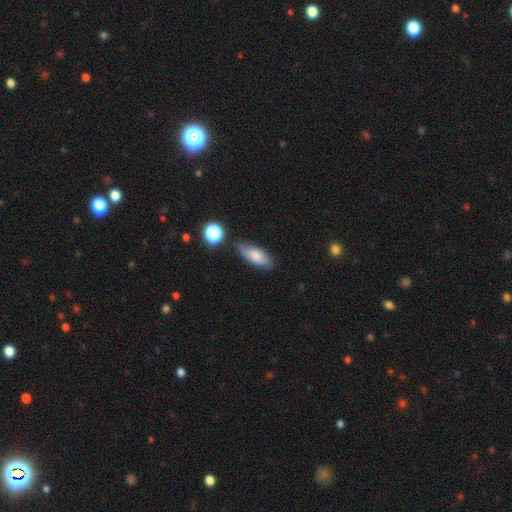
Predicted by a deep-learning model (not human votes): Smooth or featured? smooth (77%)
How rounded? in between (78%)
Merging? none (75%)